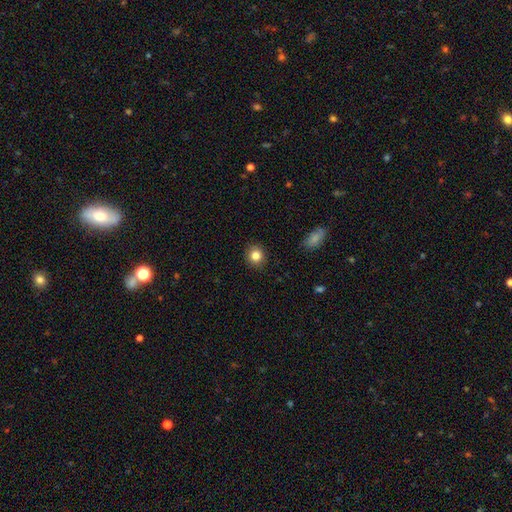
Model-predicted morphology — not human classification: type=smooth (84%); roundness=round (83%); merging=none (90%).